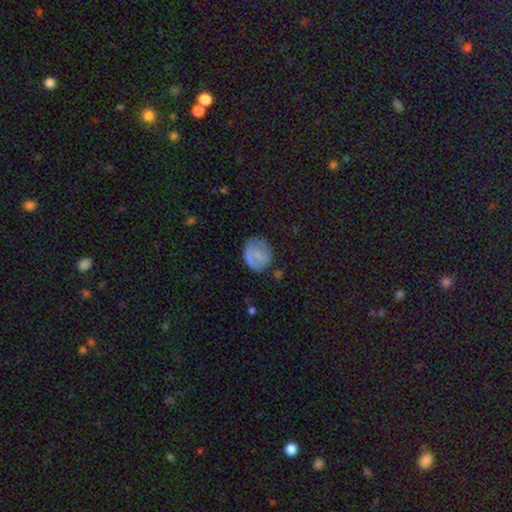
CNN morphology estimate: Smooth or featured: smooth — 63% (featured or disk — 27%)
How rounded: round — 73% (in between — 26%)
Merging: none — 67% (minor disturbance — 22%)